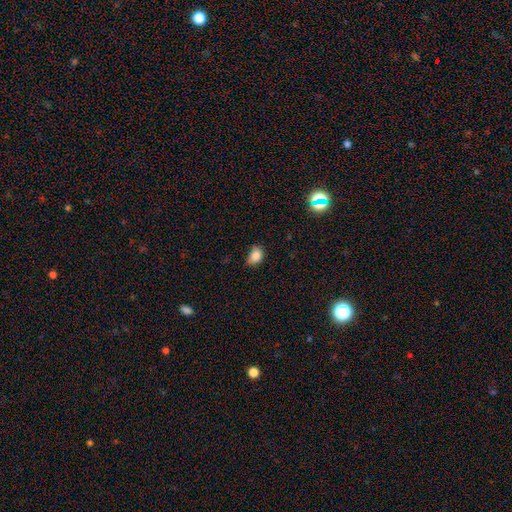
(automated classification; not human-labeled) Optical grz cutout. It shows a smooth galaxy with no disk features (84%) that is in between round and cigar-shaped (72%). Merging: none (57%).